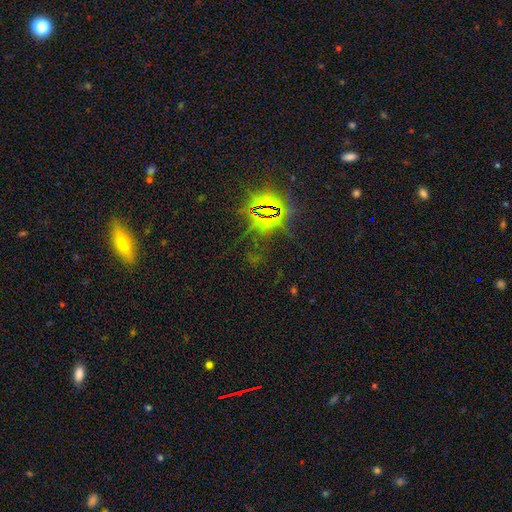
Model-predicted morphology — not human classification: star or artifact 80%, smooth 12%, featured or disk 8%.